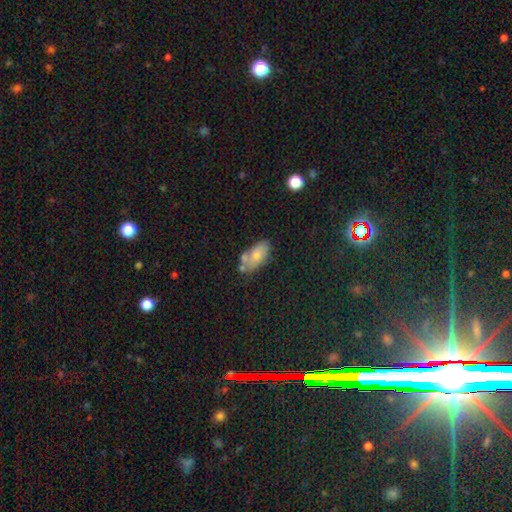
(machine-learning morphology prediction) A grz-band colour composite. It shows a smooth galaxy with no disk features (68%) that is in between round and cigar-shaped (91%). Merging: none (45%).